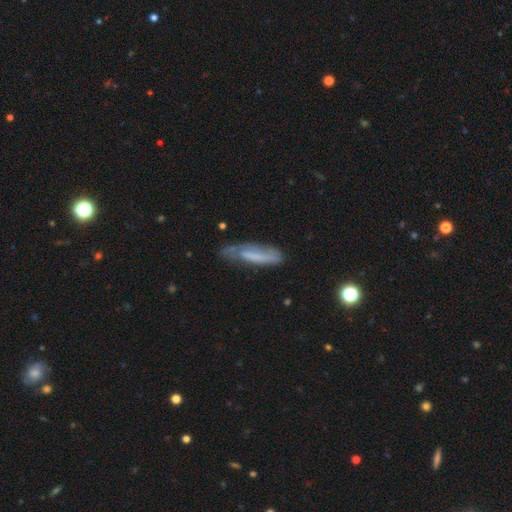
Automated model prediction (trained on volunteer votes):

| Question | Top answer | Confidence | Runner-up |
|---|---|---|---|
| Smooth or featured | smooth | 51% | featured or disk (41%) |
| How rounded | cigar-shaped | 72% | in between (26%) |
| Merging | none | 52% | minor disturbance (31%) |